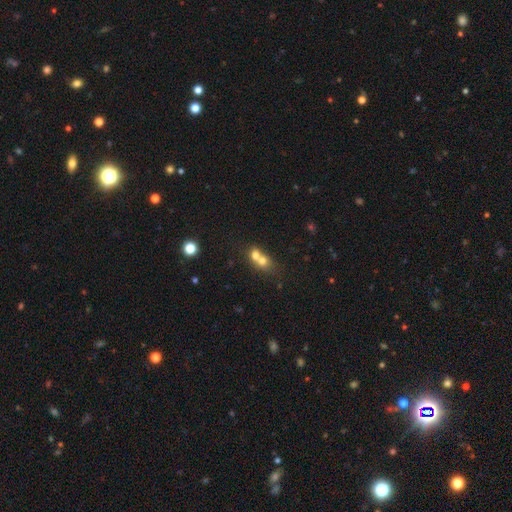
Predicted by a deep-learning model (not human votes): The model was most divided on "how rounded": round: 61%, in between: 37%, cigar-shaped: 2%. More confident: merging — merger (71%); smooth or featured — smooth (67%).